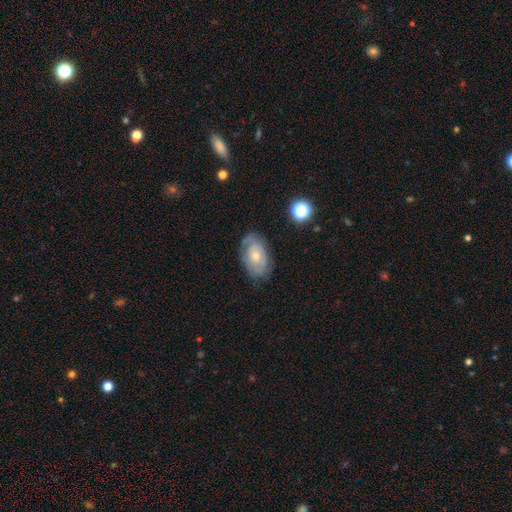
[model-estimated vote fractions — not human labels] smooth_or_featured: featured or disk (p=0.54) [alt: smooth p=0.38]
disk_edge_on: no (p=0.93) [alt: yes p=0.07]
bar: no (p=0.82) [alt: weak p=0.15]
has_spiral_arms: yes (p=0.63) [alt: no p=0.37]
bulge_size: small (p=0.48) [alt: moderate p=0.46]
merging: none (p=0.68) [alt: minor disturbance p=0.22]